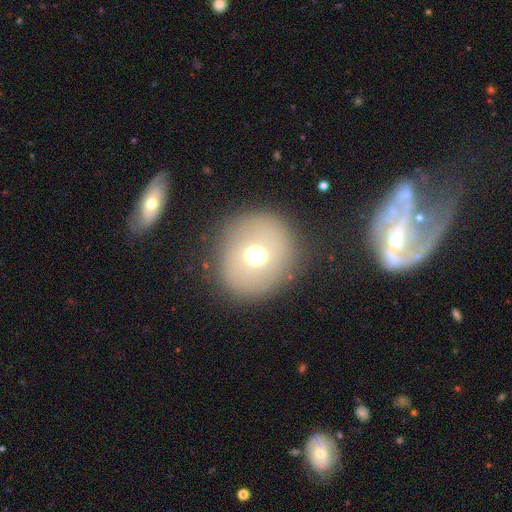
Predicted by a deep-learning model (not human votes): Q: Smooth or featured?
A: smooth (60%); runner-up: featured or disk (22%)
Q: How rounded?
A: round (79%); runner-up: in between (19%)
Q: Merging?
A: none (84%); runner-up: minor disturbance (8%)